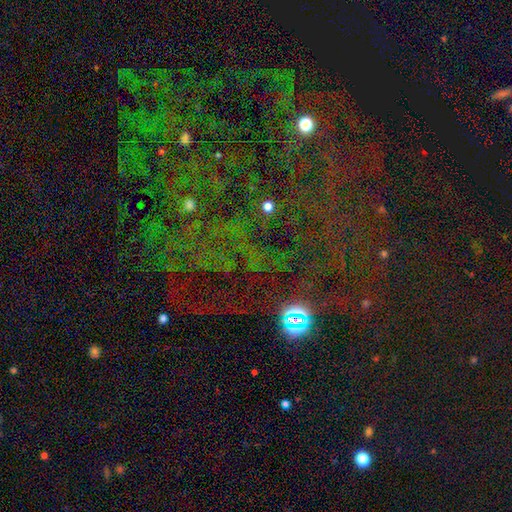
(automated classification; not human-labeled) A star or artifact, not a galaxy (67%).